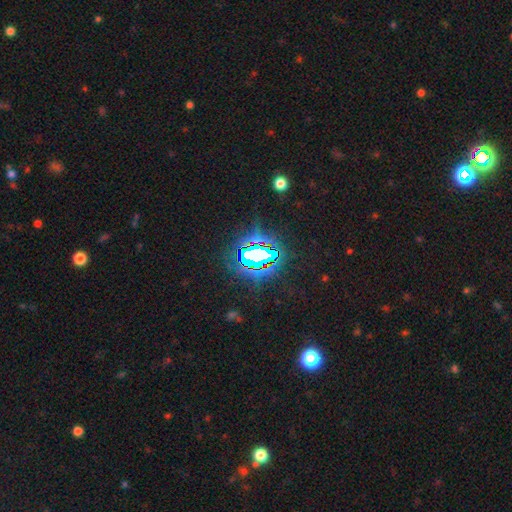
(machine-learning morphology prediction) Overall: star or artifact (77%).